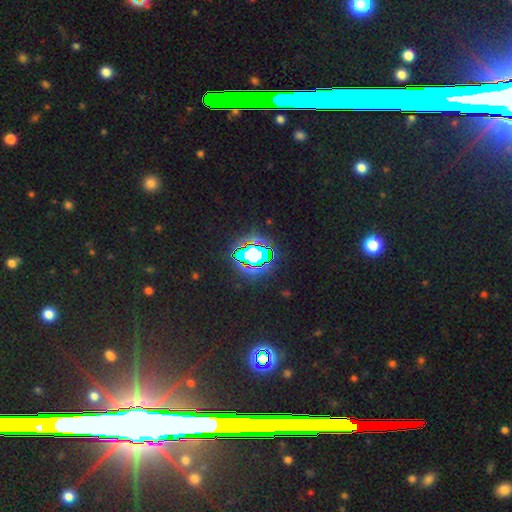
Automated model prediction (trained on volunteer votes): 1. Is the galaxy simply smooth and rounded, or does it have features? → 69% star or artifact, 19% smooth, 12% featured or disk.